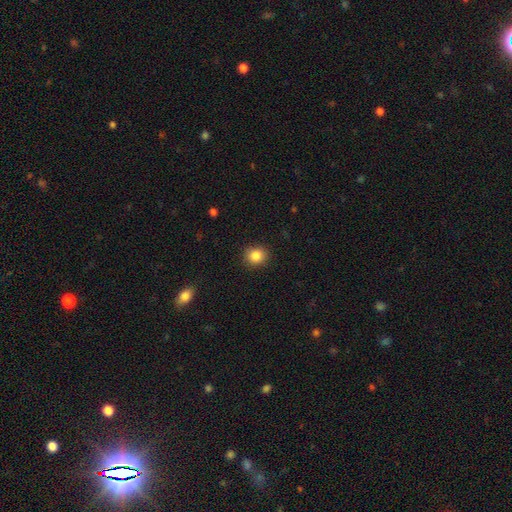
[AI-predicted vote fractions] Q: Smooth or featured?
A: smooth (86%); runner-up: star or artifact (10%)
Q: How rounded?
A: round (81%); runner-up: in between (18%)
Q: Merging?
A: none (89%); runner-up: minor disturbance (8%)